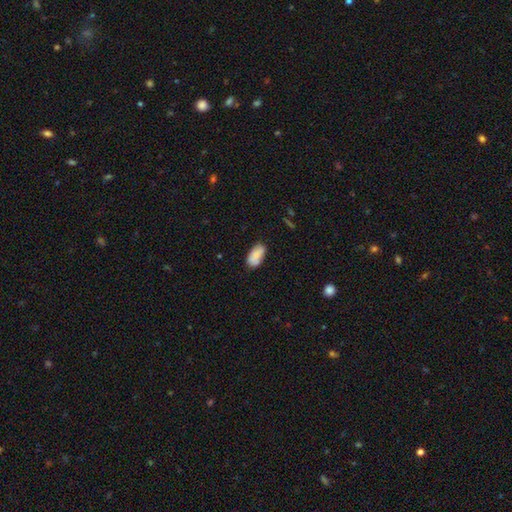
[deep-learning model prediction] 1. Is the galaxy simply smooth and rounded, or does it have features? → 83% smooth, 10% featured or disk, 7% star or artifact.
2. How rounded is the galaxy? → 92% in between, 4% cigar-shaped, 3% round.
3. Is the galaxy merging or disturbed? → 64% none, 24% minor disturbance, 6% merger, 5% major disturbance.